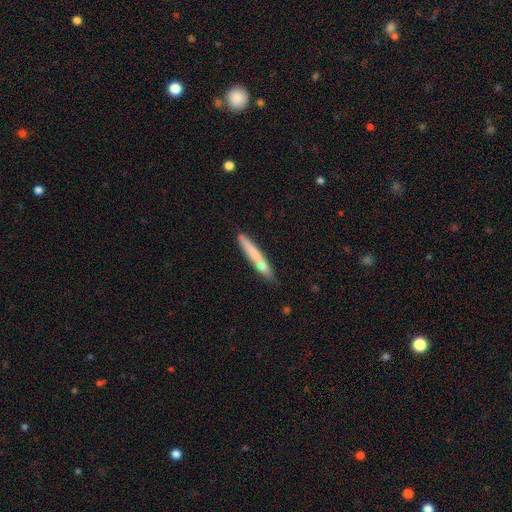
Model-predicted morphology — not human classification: Smooth or featured?
  - smooth: 58% *
  - featured or disk: 33%
  - star or artifact: 8%
How rounded?
  - cigar-shaped: 95% *
  - in between: 3%
  - round: 2%
Merging?
  - none: 82% *
  - minor disturbance: 12%
  - merger: 4%
  - major disturbance: 3%